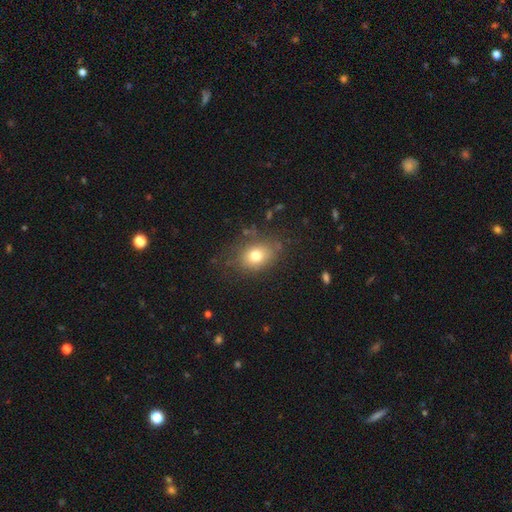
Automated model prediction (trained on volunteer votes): Smooth or featured: smooth — 76% (featured or disk — 13%)
How rounded: in between — 61% (round — 38%)
Merging: none — 75% (minor disturbance — 16%)